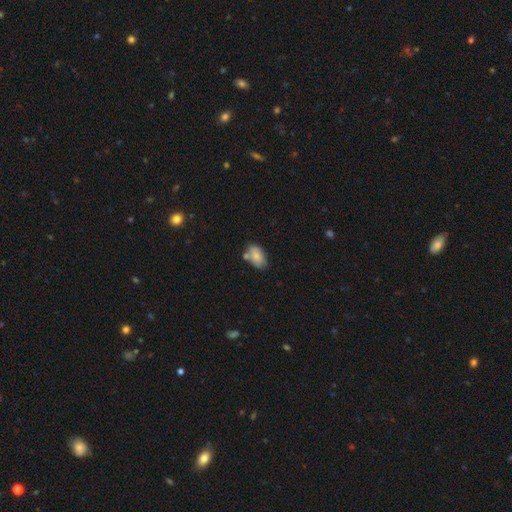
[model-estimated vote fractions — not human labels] A smooth galaxy with no disk features (80%) that is in between round and cigar-shaped (93%).

Vote fractions:
- Smooth or featured? smooth: 80% / featured or disk: 13% / star or artifact: 7%
- How rounded? in between: 93% / round: 5% / cigar-shaped: 2%
- Merging? none: 60% / minor disturbance: 21% / merger: 15% / major disturbance: 4%